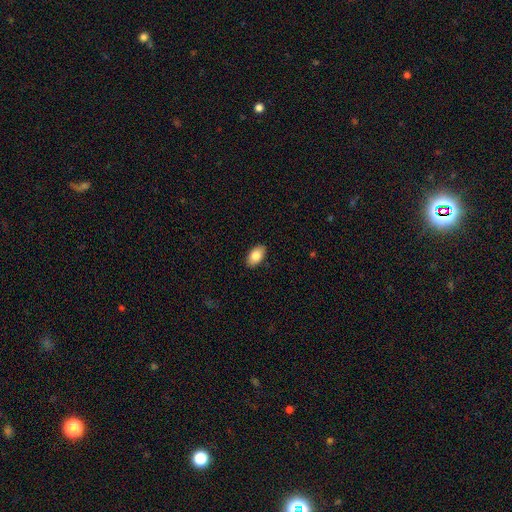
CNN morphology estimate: Smooth or featured? Predicted: smooth (p=0.84). How rounded? Predicted: in between (p=0.93). Merging? Predicted: none (p=0.89).